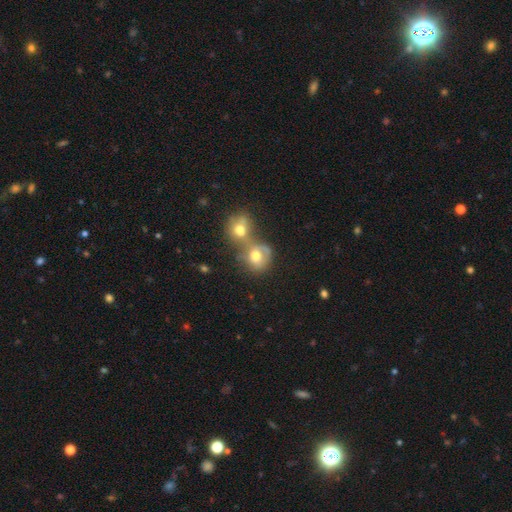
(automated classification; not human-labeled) Morphology: type=smooth (64%); roundness=round (71%); merging=merger (65%).